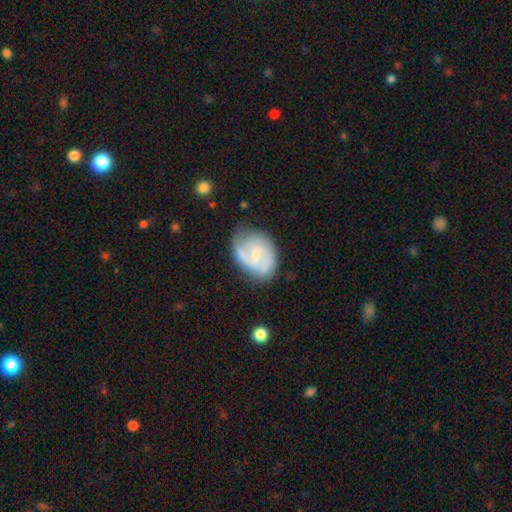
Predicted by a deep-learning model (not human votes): This is likely a featured or disk galaxy (64%). It is clearly not viewed edge-on (97%). Bar: possibly no (56%). Spiral arm pattern: clearly yes (80%). Central bulge: likely small (69%). Merging: possibly none (57%).